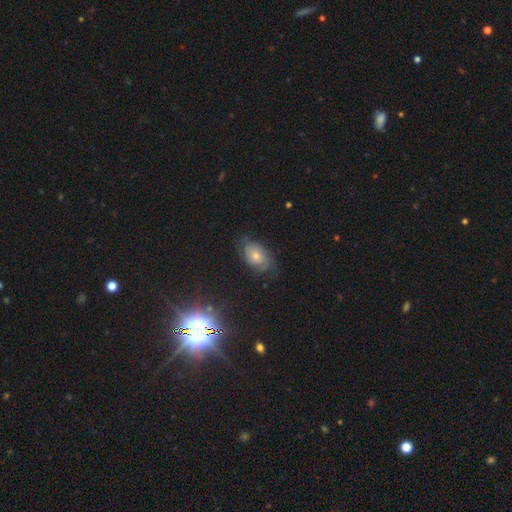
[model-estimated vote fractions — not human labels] A featured or disk galaxy (54%) with no bar (77%), spiral arms (83%) and a moderate central bulge (49%). Merging: none (64%).